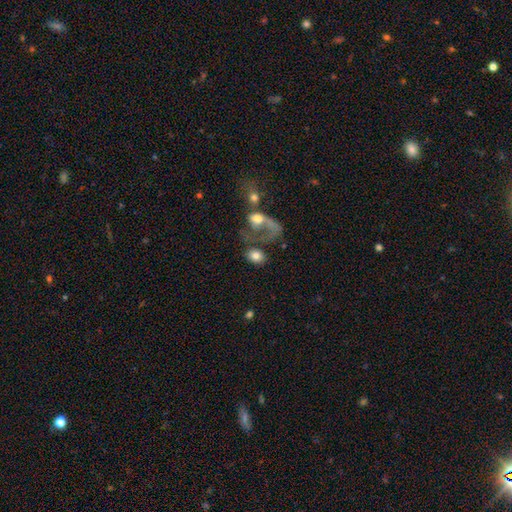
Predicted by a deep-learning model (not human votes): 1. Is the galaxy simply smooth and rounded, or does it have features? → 71% smooth, 21% featured or disk, 8% star or artifact.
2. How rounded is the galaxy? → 69% in between, 29% round, 2% cigar-shaped.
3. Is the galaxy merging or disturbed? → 33% none, 32% merger, 24% major disturbance, 11% minor disturbance.